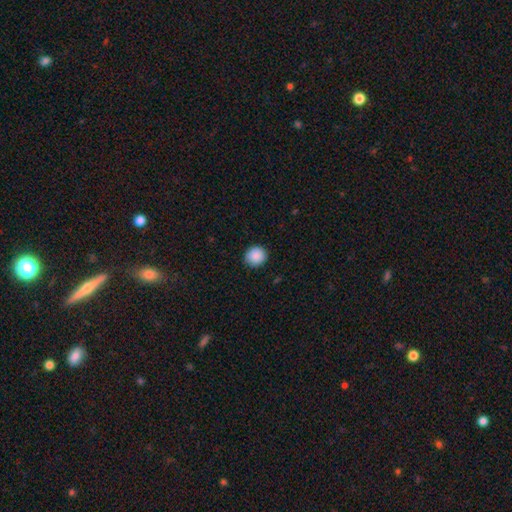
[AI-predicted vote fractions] This appears to be a smooth galaxy with no disk features (89%) that is round (89%). Merging: none (89%).